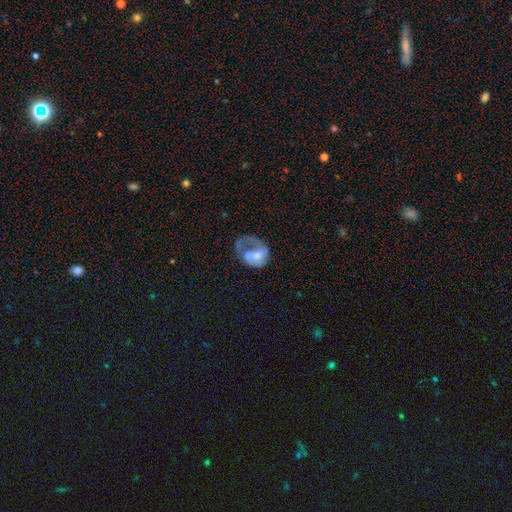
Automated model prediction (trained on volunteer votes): This is possibly a featured or disk galaxy (51%). It is clearly not viewed edge-on (97%). Merging: possibly major disturbance (56%).